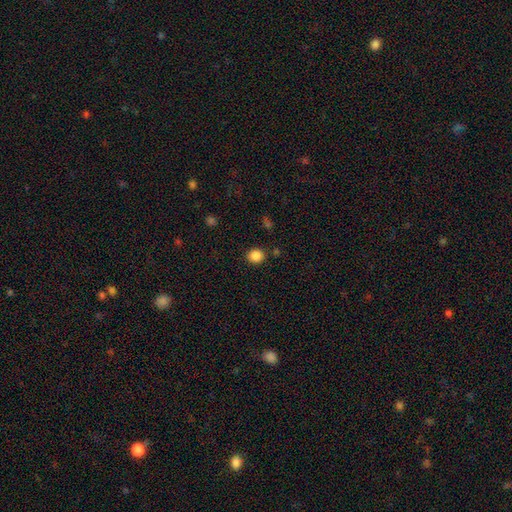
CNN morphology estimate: type=smooth (86%); roundness=round (86%); merging=none (89%).